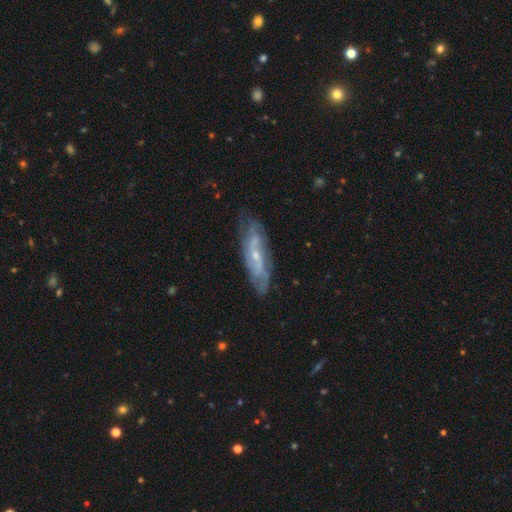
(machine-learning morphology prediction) Smooth or featured? featured or disk (76%)
Edge-on disk? no (74%)
Bar? no (45%)
Spiral arms? yes (87%)
Bulge size? small (69%)
Merging? none (75%)